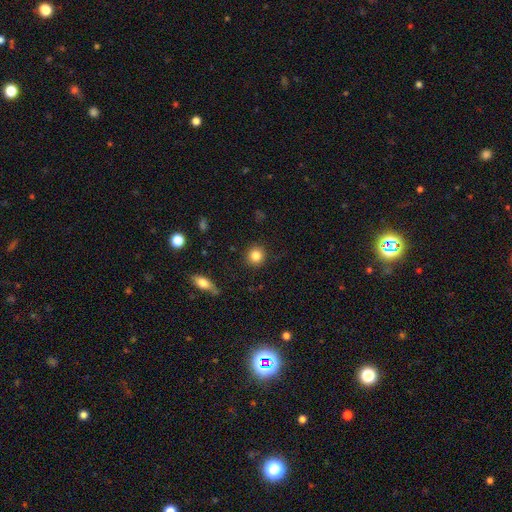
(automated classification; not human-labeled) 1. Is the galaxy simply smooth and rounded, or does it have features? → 84% smooth, 9% star or artifact, 6% featured or disk.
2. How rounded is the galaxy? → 91% round, 8% in between, 1% cigar-shaped.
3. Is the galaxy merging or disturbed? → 90% none, 6% minor disturbance, 2% major disturbance, 1% merger.